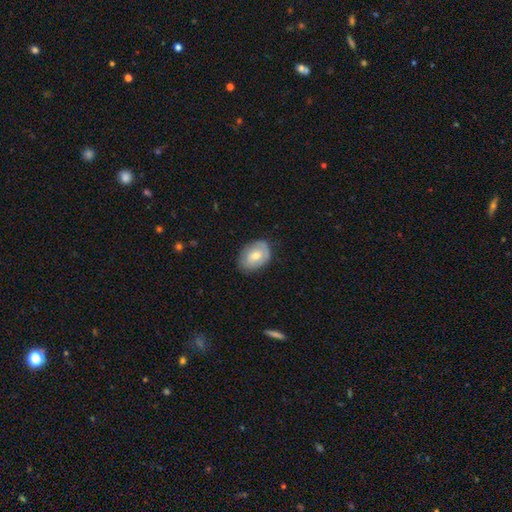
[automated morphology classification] Smooth or featured? smooth (59%)
How rounded? in between (76%)
Merging? none (74%)